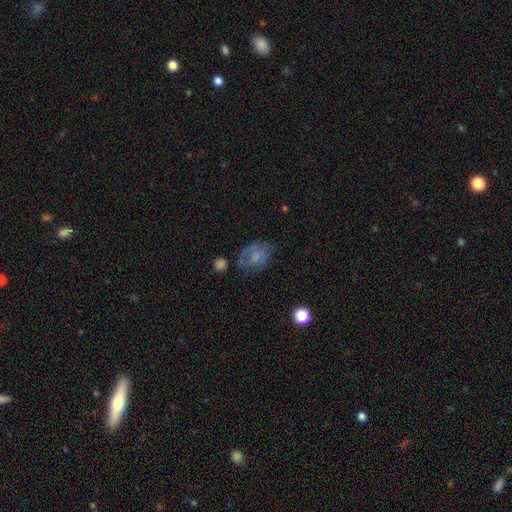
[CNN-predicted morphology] This is possibly a smooth galaxy (53%). How rounded: likely in between (66%). Merging: possibly none (49%).